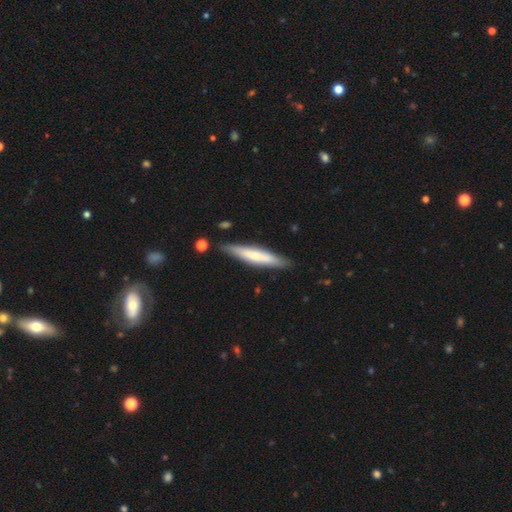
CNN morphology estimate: Smooth or featured? smooth (62%)
How rounded? cigar-shaped (91%)
Merging? none (86%)